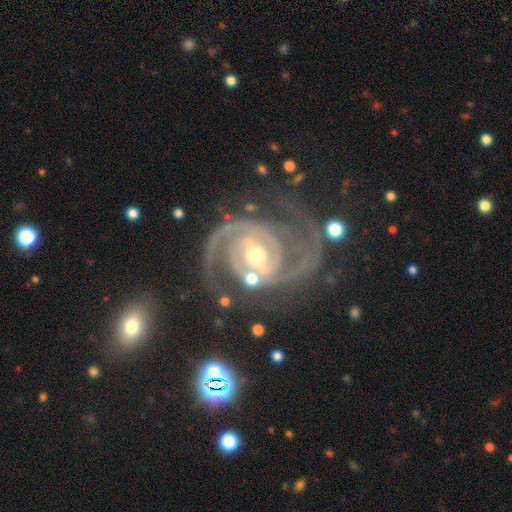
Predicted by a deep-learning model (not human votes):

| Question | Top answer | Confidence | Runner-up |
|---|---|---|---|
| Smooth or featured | featured or disk | 93% | star or artifact (5%) |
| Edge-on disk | no | 98% | yes (2%) |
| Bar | weak | 40% | no (34%) |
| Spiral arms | yes | 98% | no (2%) |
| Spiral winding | tight | 59% | medium (35%) |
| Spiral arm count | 2 | 75% | 3 (10%) |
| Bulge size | moderate | 57% | small (38%) |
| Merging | none | 62% | minor disturbance (19%) |